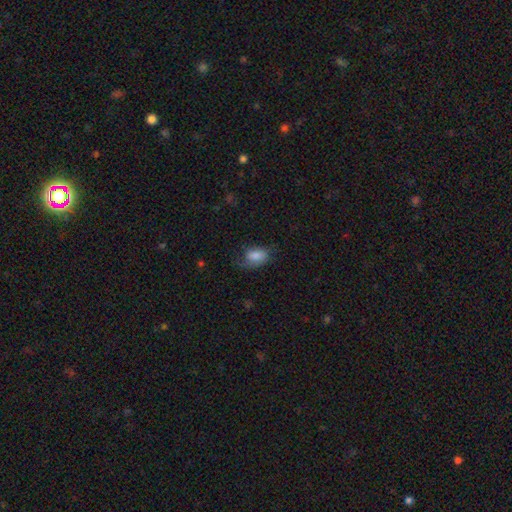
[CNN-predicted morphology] type=smooth (78%); roundness=in between (87%); merging=none (52%).